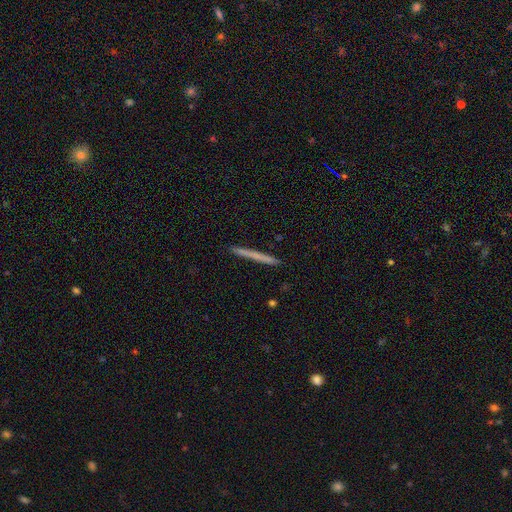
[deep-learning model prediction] smooth 60%, featured or disk 34%, star or artifact 6%. Down the decision tree: how rounded — cigar-shaped (97%); merging — none (92%).